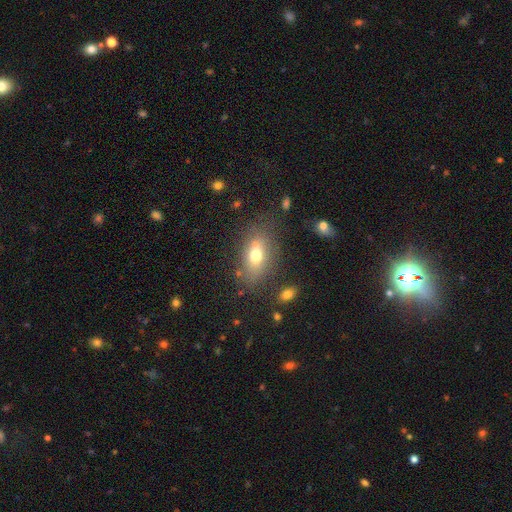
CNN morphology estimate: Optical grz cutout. It shows a smooth galaxy with no disk features (67%) that is in between round and cigar-shaped (79%). Merging: none (66%).